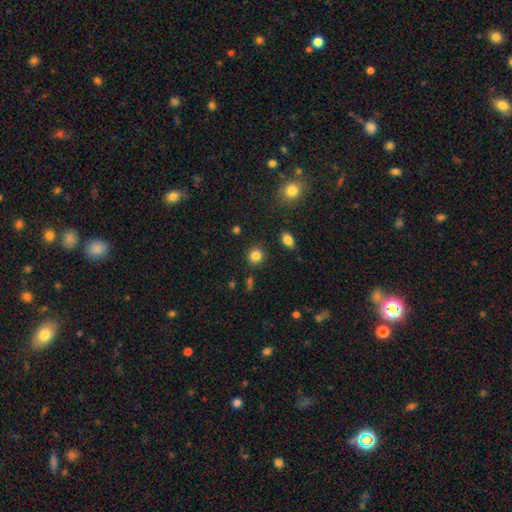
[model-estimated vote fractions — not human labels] A smooth galaxy with no disk features (84%) that is round (87%). Merging: none (88%).